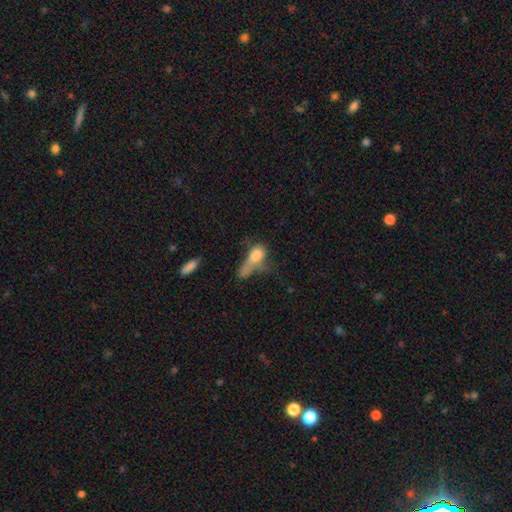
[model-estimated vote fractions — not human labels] Q: Smooth or featured?
A: smooth (65%); runner-up: featured or disk (24%)
Q: How rounded?
A: in between (68%); runner-up: round (16%)
Q: Merging?
A: major disturbance (48%); runner-up: none (18%)